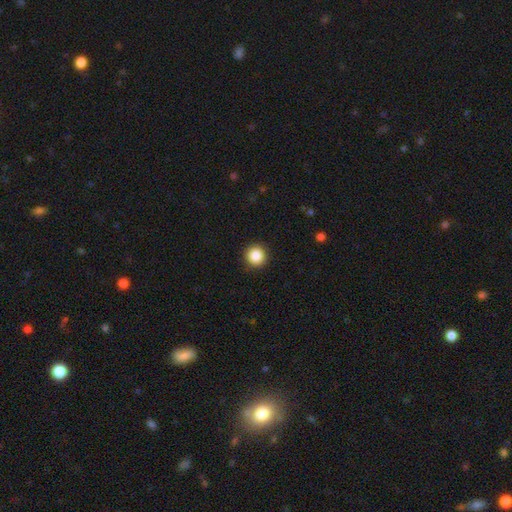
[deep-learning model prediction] Morphology: type=smooth (87%); roundness=round (95%); merging=none (92%).